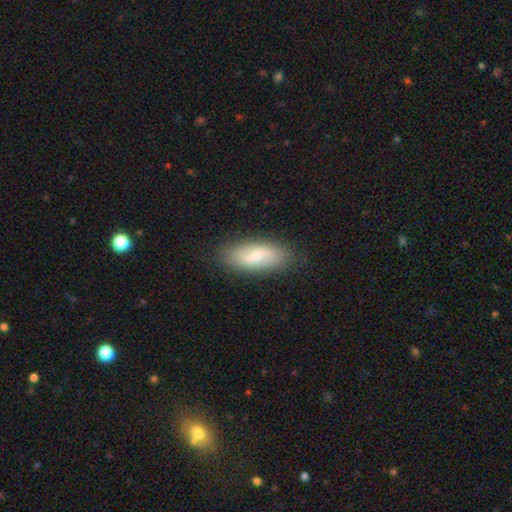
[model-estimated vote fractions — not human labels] Overall: smooth (58%; featured or disk 36%). How rounded: in between (80%). Merging: none (84%).